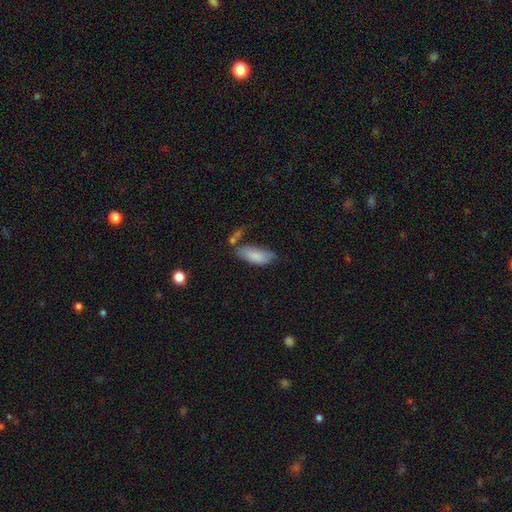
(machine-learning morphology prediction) smooth_or_featured: smooth (p=0.84) [alt: featured or disk p=0.10]
how_rounded: in between (p=0.83) [alt: cigar-shaped p=0.15]
merging: none (p=0.51) [alt: minor disturbance p=0.28]